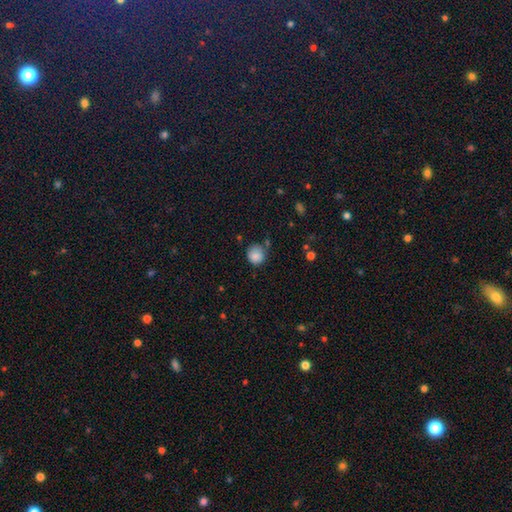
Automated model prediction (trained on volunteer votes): Smooth or featured?
  - smooth: 85% *
  - star or artifact: 9%
  - featured or disk: 6%
How rounded?
  - round: 87% *
  - in between: 12%
  - cigar-shaped: 1%
Merging?
  - none: 68% *
  - minor disturbance: 22%
  - merger: 6%
  - major disturbance: 5%